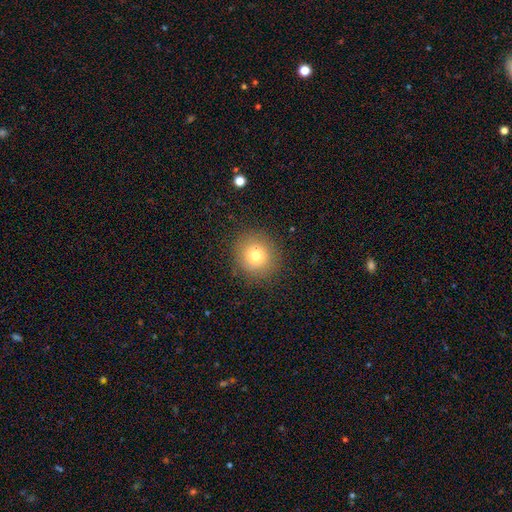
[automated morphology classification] This appears to be a smooth galaxy with no disk features (76%) that is round (90%). Merging: none (87%).